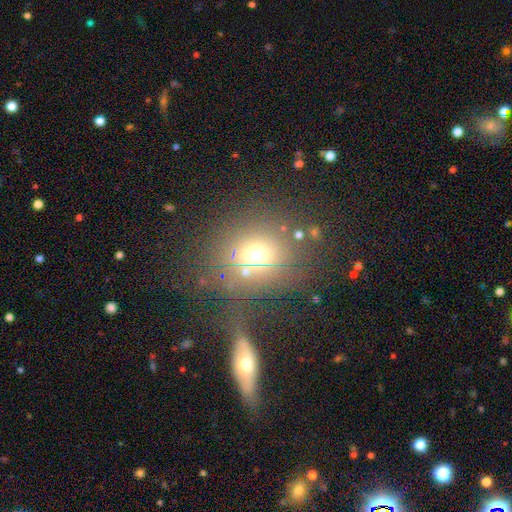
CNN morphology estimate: smooth 62%, star or artifact 20%, featured or disk 18%. Down the decision tree: how rounded — round (76%); merging — none (56%).